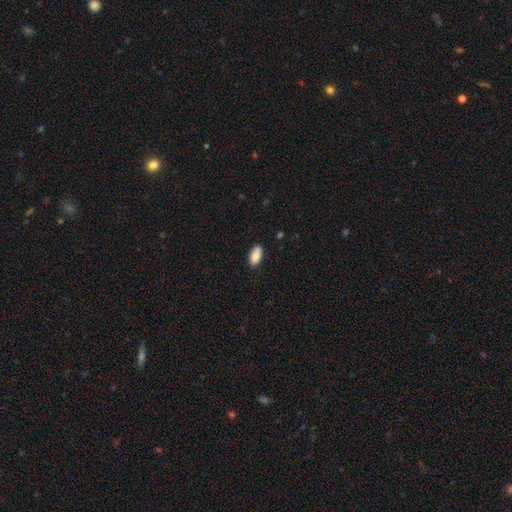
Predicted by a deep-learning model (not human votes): Q: Smooth or featured?
A: smooth (86%); runner-up: star or artifact (7%)
Q: How rounded?
A: in between (89%); runner-up: cigar-shaped (8%)
Q: Merging?
A: none (76%); runner-up: minor disturbance (17%)